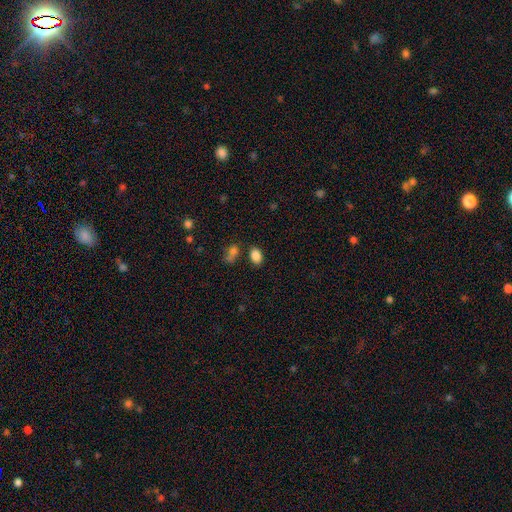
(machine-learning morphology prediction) Q: Smooth or featured?
A: smooth (86%); runner-up: star or artifact (9%)
Q: How rounded?
A: in between (83%); runner-up: round (16%)
Q: Merging?
A: none (76%); runner-up: minor disturbance (11%)